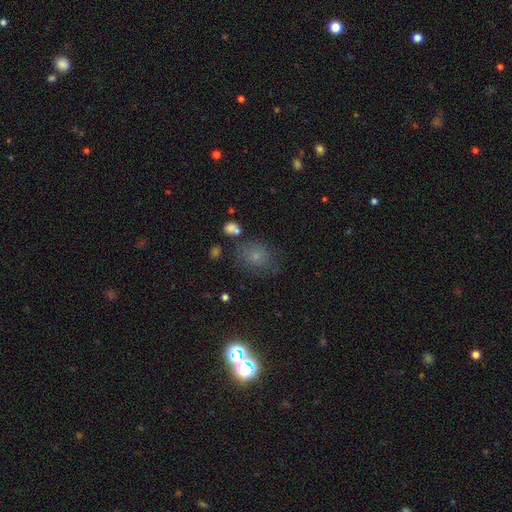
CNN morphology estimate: Smooth or featured: smooth — 63% (star or artifact — 24%)
How rounded: round — 63% (in between — 36%)
Merging: none — 67% (minor disturbance — 19%)